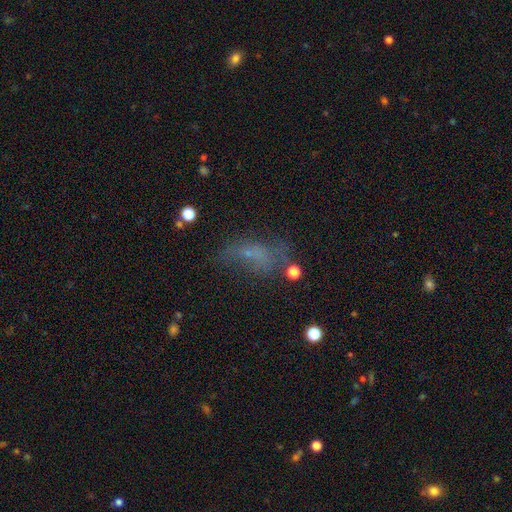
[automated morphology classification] Smooth or featured? smooth (42%)
Merging? none (43%)